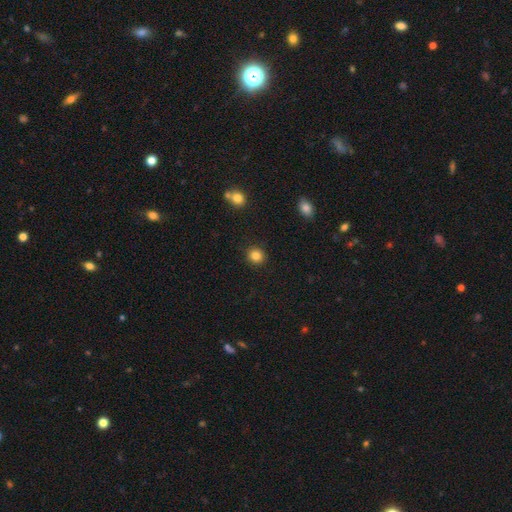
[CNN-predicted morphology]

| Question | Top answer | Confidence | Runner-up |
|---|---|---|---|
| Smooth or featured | smooth | 85% | star or artifact (11%) |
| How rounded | round | 88% | in between (11%) |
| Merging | none | 91% | minor disturbance (6%) |